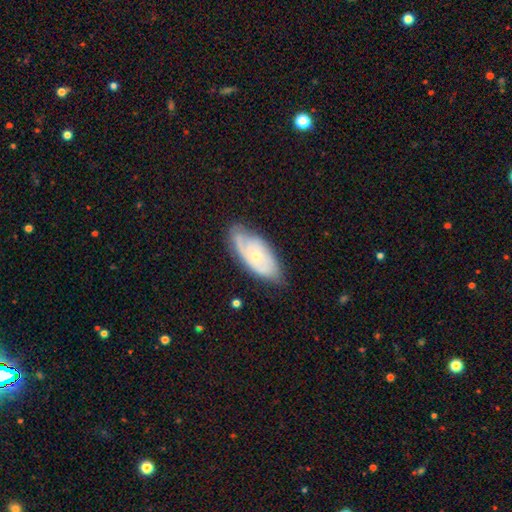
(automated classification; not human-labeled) Smooth or featured: featured or disk — 63% (smooth — 31%)
Edge-on disk: no — 90% (yes — 10%)
Bar: no — 81% (weak — 16%)
Spiral arms: yes — 77% (no — 23%)
Bulge size: small — 67% (moderate — 29%)
Merging: none — 69% (minor disturbance — 24%)